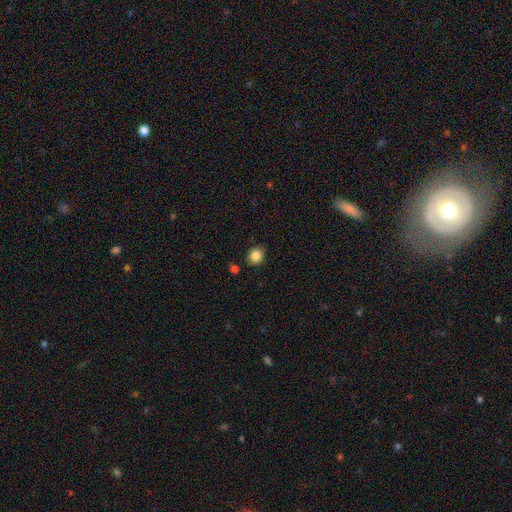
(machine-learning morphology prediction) Q: Smooth or featured?
A: smooth (85%); runner-up: star or artifact (10%)
Q: How rounded?
A: round (64%); runner-up: in between (35%)
Q: Merging?
A: none (83%); runner-up: minor disturbance (11%)